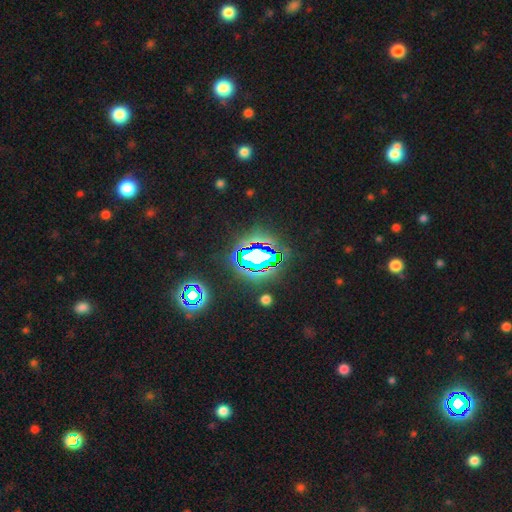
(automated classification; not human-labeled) The model was most divided on "smooth or featured": star or artifact: 79%, smooth: 11%, featured or disk: 10%.